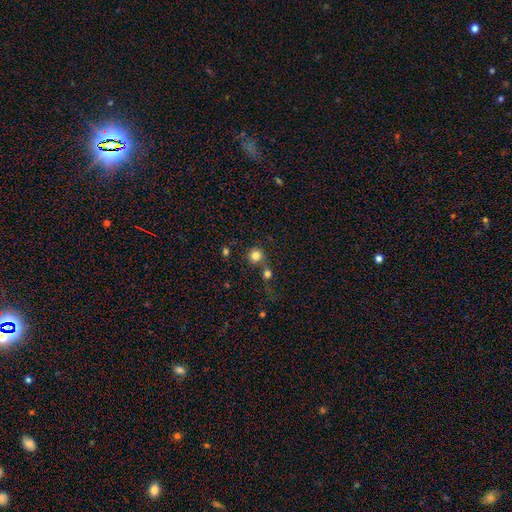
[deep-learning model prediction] Overall: smooth (81%). How rounded: round (92%). Merging: none (59%; merger 28%).